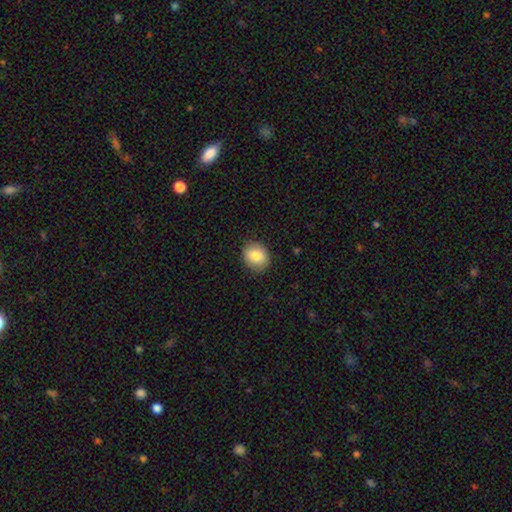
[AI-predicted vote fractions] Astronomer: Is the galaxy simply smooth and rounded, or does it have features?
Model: smooth — 83%.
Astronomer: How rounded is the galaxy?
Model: round — 62%.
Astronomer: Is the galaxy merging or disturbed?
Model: none — 89%.